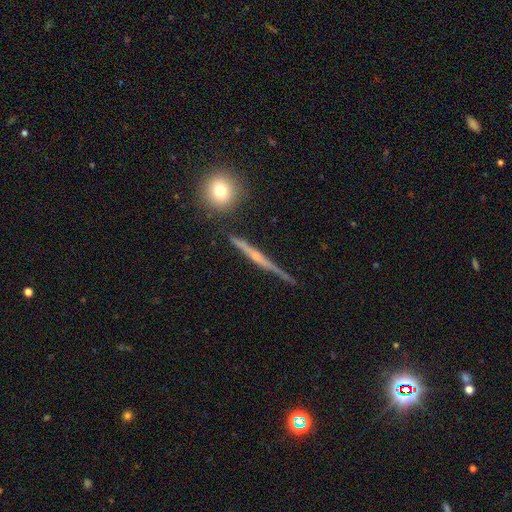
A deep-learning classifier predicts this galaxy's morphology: A featured or disk galaxy (75%) viewed edge-on (97%) with a rounded central bulge (58%).

Vote fractions:
- Smooth or featured? featured or disk: 75% / smooth: 18% / star or artifact: 7%
- Edge-on disk? yes: 97% / no: 3%
- Edge-on bulge? rounded: 58% / none: 33% / boxy: 9%
- Merging? none: 84% / minor disturbance: 10% / merger: 3% / major disturbance: 2%